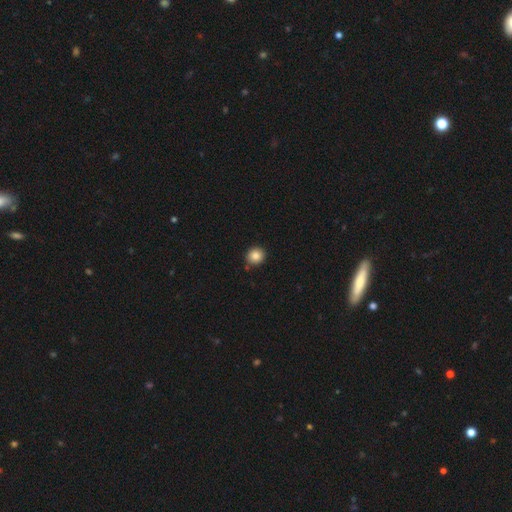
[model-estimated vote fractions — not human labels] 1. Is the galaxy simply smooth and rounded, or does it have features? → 86% smooth, 10% star or artifact, 4% featured or disk.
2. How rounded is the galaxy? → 89% round, 10% in between, 1% cigar-shaped.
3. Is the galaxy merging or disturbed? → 88% none, 8% minor disturbance, 3% merger, 2% major disturbance.